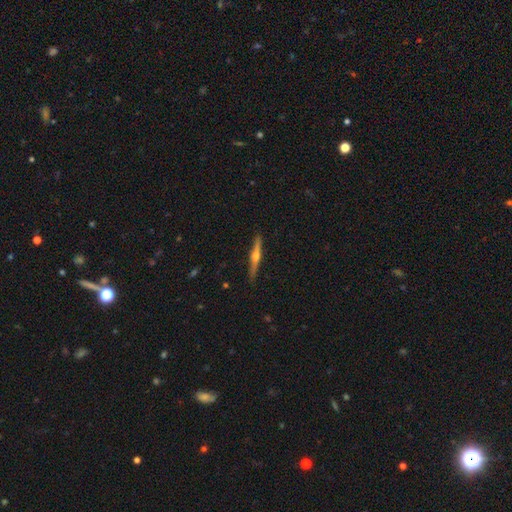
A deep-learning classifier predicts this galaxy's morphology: Smooth or featured? featured or disk (76%)
Edge-on disk? yes (98%)
Edge-on bulge? rounded (92%)
Merging? none (91%)